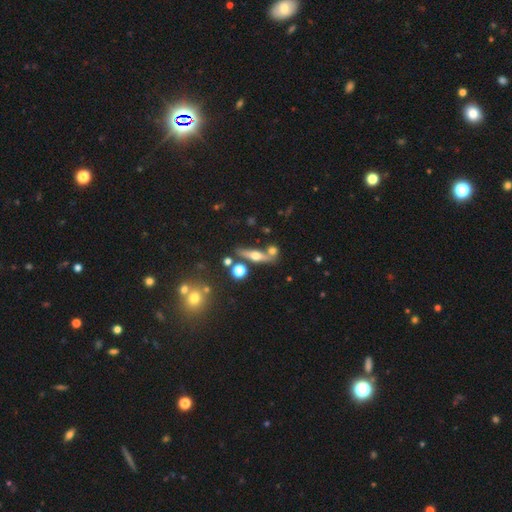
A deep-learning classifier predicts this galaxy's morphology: smooth_or_featured: featured or disk (p=0.57) [alt: smooth p=0.32]
disk_edge_on: yes (p=0.88) [alt: no p=0.12]
edge_on_bulge: rounded (p=0.94) [alt: none p=0.03]
merging: none (p=0.67) [alt: merger p=0.17]